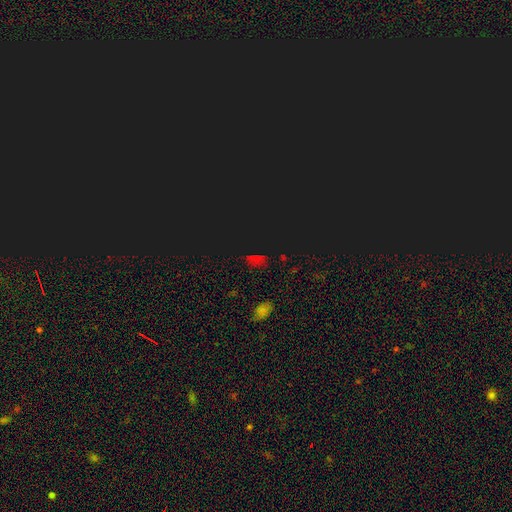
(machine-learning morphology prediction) Smooth or featured: star or artifact — 73% (smooth — 20%)